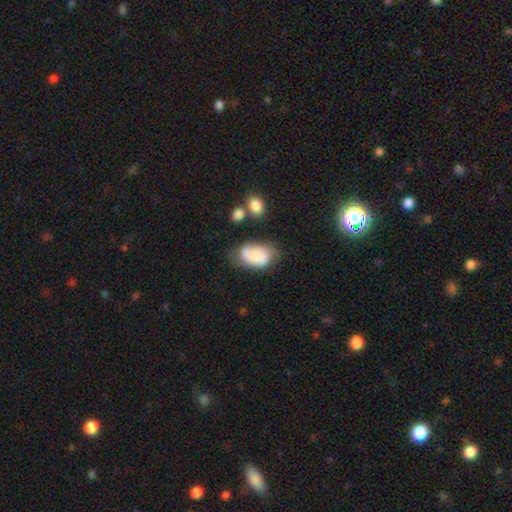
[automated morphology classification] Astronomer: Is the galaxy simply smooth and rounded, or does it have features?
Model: smooth — 72%.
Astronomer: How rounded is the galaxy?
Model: in between — 91%.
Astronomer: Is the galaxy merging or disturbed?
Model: none — 47% (runner-up: minor disturbance, 30%).